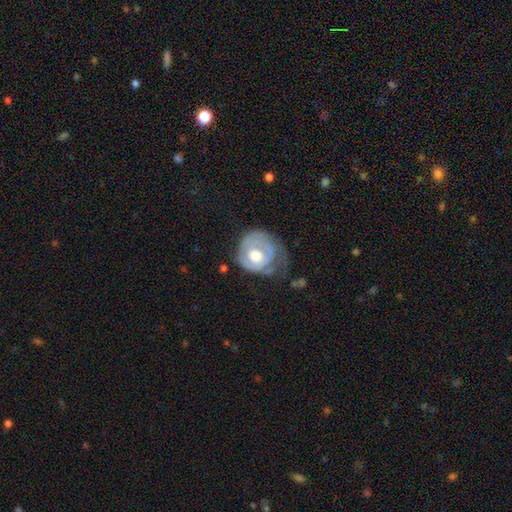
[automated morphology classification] smooth_or_featured: featured or disk (p=0.61) [alt: smooth p=0.34]
disk_edge_on: no (p=0.97) [alt: yes p=0.03]
bar: no (p=0.78) [alt: weak p=0.18]
has_spiral_arms: yes (p=0.59) [alt: no p=0.41]
bulge_size: moderate (p=0.63) [alt: large p=0.25]
merging: none (p=0.38) [alt: minor disturbance p=0.31]